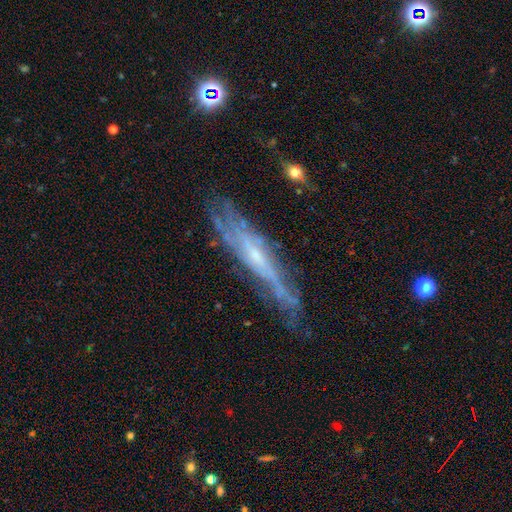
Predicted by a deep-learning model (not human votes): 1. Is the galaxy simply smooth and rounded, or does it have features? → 73% featured or disk, 18% smooth, 9% star or artifact.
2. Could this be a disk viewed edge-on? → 61% yes, 39% no.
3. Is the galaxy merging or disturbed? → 68% none, 22% minor disturbance, 8% major disturbance, 2% merger.